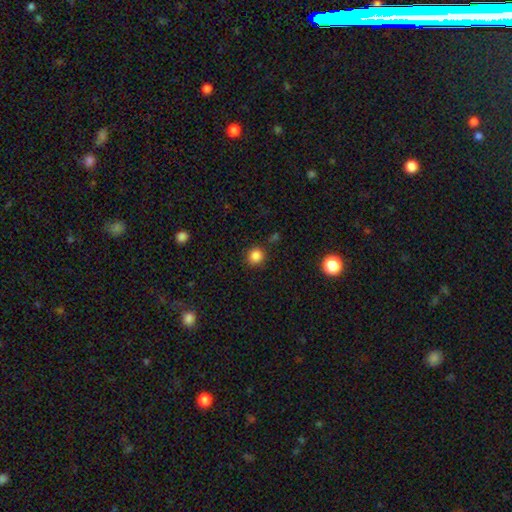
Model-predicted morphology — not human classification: Overall: smooth (85%). How rounded: round (92%). Merging: none (88%).